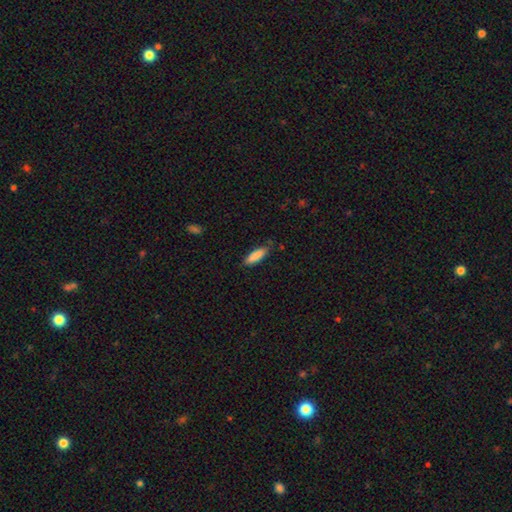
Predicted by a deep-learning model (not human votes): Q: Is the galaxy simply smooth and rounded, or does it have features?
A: smooth — 87%.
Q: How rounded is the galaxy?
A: in between — 51%.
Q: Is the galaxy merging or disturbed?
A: none — 78%.